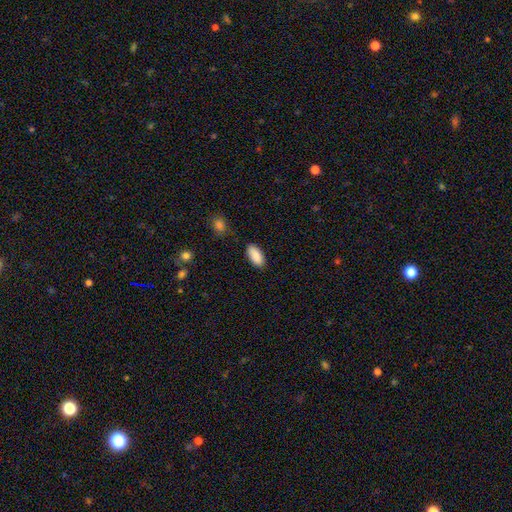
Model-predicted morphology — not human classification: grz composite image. It shows a smooth galaxy with no disk features (89%) that is in between round and cigar-shaped (91%). Merging: none (85%).